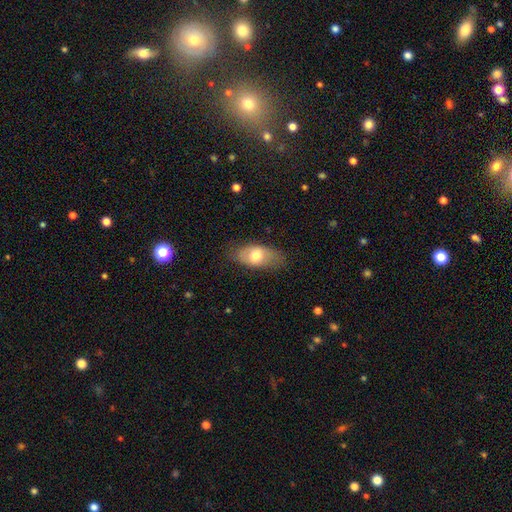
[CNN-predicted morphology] smooth_or_featured: smooth (p=0.67) [alt: featured or disk p=0.26]
how_rounded: in between (p=0.90) [alt: round p=0.06]
merging: none (p=0.73) [alt: minor disturbance p=0.20]